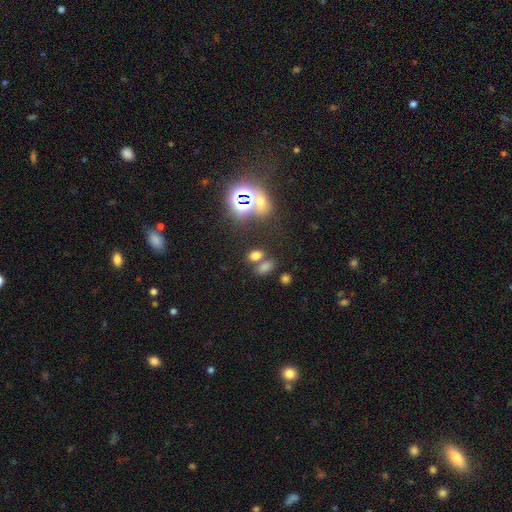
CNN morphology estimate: This is likely a smooth galaxy (67%). How rounded: clearly in between (83%). Merging: possibly none (55%).